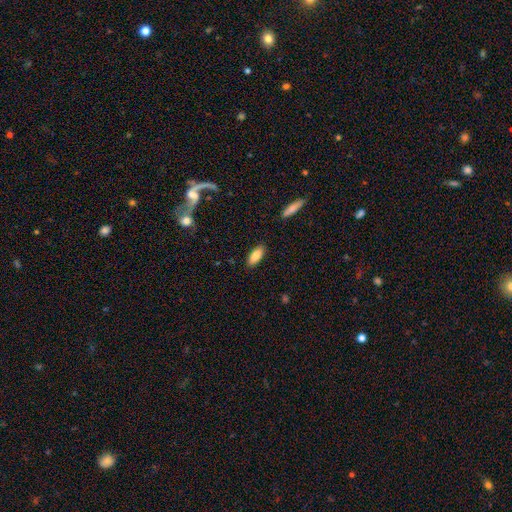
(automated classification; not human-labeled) This is clearly a smooth galaxy (86%). How rounded: likely in between (79%). Merging: clearly none (88%).